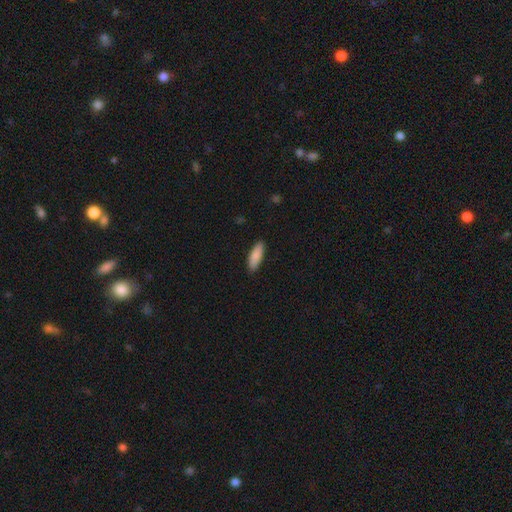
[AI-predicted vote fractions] Smooth or featured?
  - smooth: 88% *
  - featured or disk: 6%
  - star or artifact: 6%
How rounded?
  - in between: 58% *
  - cigar-shaped: 41%
  - round: 2%
Merging?
  - none: 89% *
  - minor disturbance: 8%
  - major disturbance: 2%
  - merger: 1%